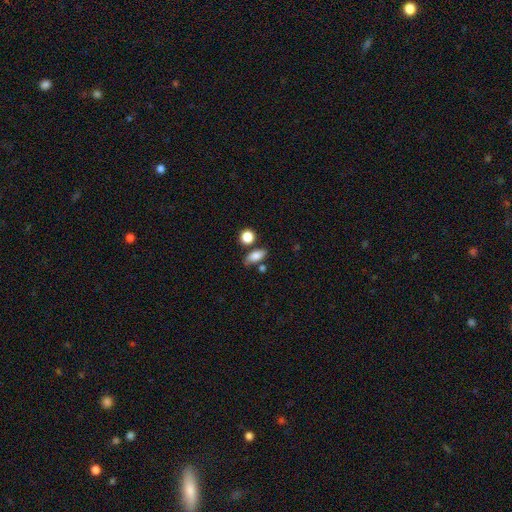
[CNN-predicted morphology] smooth 82%, featured or disk 9%, star or artifact 9%. Down the decision tree: how rounded — in between (76%); merging — none (68%).